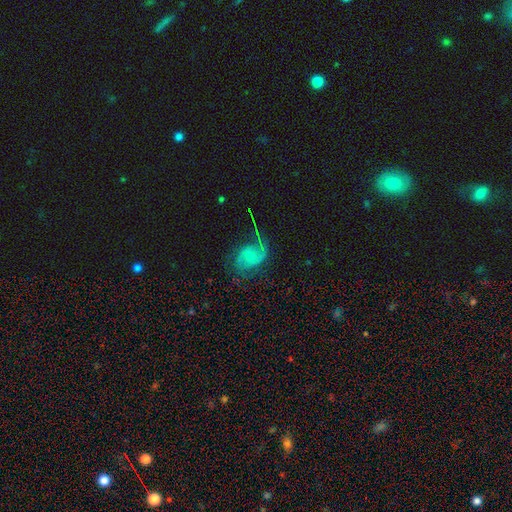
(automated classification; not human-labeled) Smooth or featured?
  - featured or disk: 84% *
  - smooth: 9%
  - star or artifact: 7%
Edge-on disk?
  - no: 98% *
  - yes: 2%
Bar?
  - no: 67% *
  - weak: 28%
  - strong: 5%
Spiral arms?
  - yes: 96% *
  - no: 4%
Spiral winding?
  - medium: 46% *
  - loose: 35%
  - tight: 19%
Spiral arm count?
  - 2: 73% *
  - 1: 14%
  - can't tell: 6%
  - 3: 4%
  - 4: 2%
  - more than 4: 2%
Bulge size?
  - small: 68% *
  - moderate: 20%
  - none: 9%
  - large: 2%
  - dominant: 1%
Merging?
  - none: 60% *
  - major disturbance: 19%
  - minor disturbance: 19%
  - merger: 2%